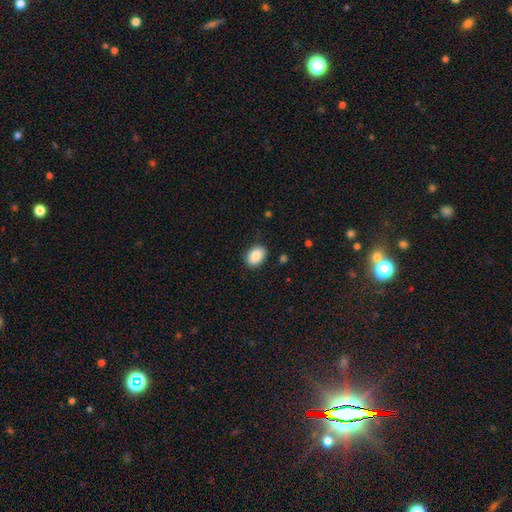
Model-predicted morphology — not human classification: The model was most divided on "how rounded": in between: 82%, round: 17%, cigar-shaped: 1%. More confident: smooth or featured — smooth (88%); merging — none (86%).